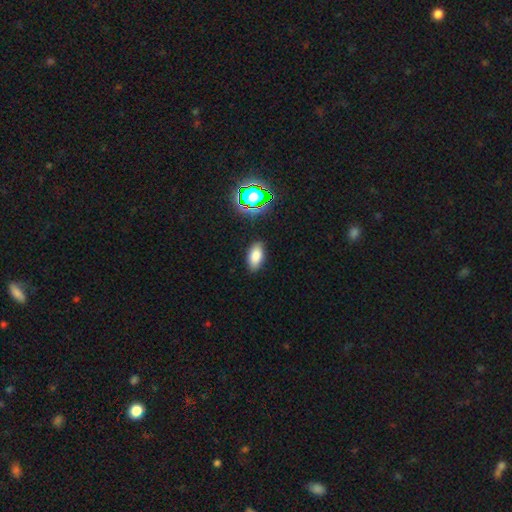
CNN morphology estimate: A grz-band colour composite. It shows a smooth galaxy with no disk features (80%) that is in between round and cigar-shaped (92%). Merging: none (86%).